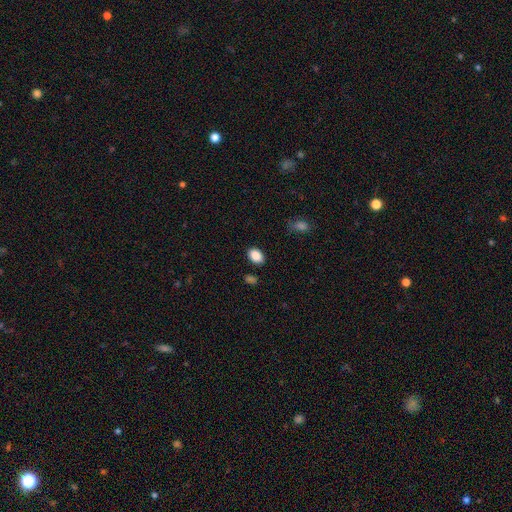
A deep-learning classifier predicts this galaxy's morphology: This is clearly a smooth galaxy (88%). How rounded: clearly in between (84%). Merging: clearly none (85%).